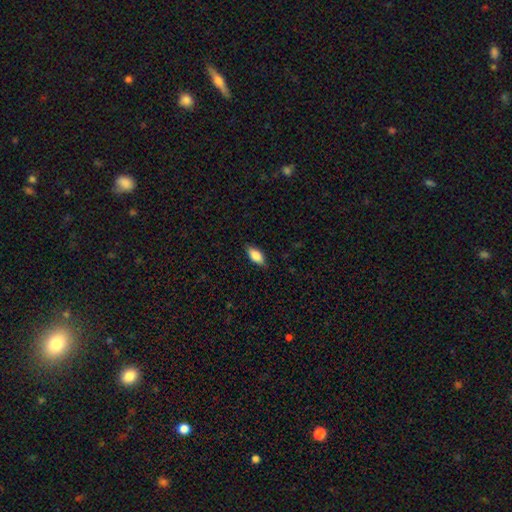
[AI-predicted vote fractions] smooth-or-featured: smooth: 79% | featured or disk: 14% | star or artifact: 7%
  how-rounded: in between: 85% | cigar-shaped: 12% | round: 3%
  merging: none: 86% | minor disturbance: 11% | major disturbance: 2% | merger: 1%